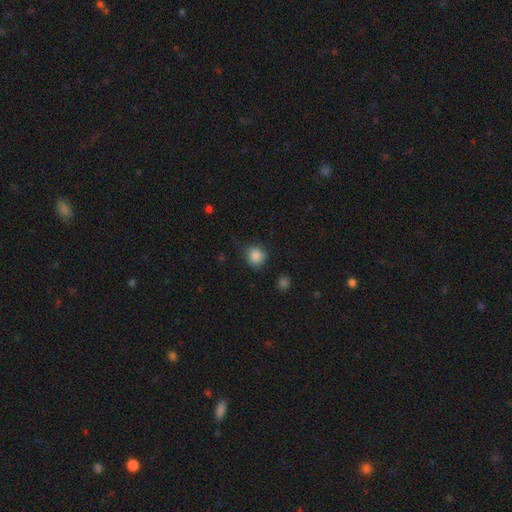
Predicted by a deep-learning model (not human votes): The model was most divided on "merging": none: 78%, minor disturbance: 17%, major disturbance: 4%, merger: 2%. More confident: smooth or featured — smooth (86%); how rounded — round (85%).